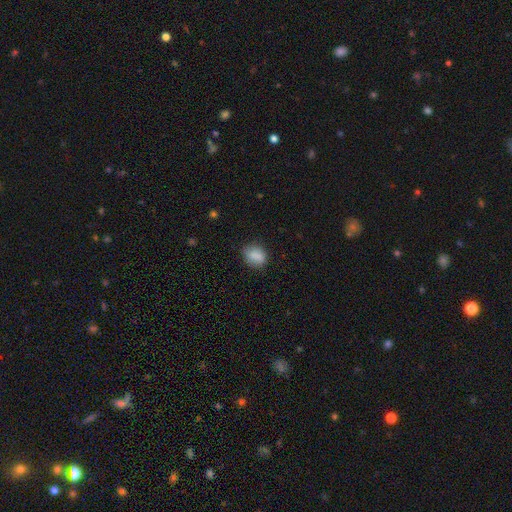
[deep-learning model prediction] smooth_or_featured: smooth (p=0.85) [alt: star or artifact p=0.08]
how_rounded: in between (p=0.53) [alt: round p=0.45]
merging: none (p=0.77) [alt: minor disturbance p=0.17]